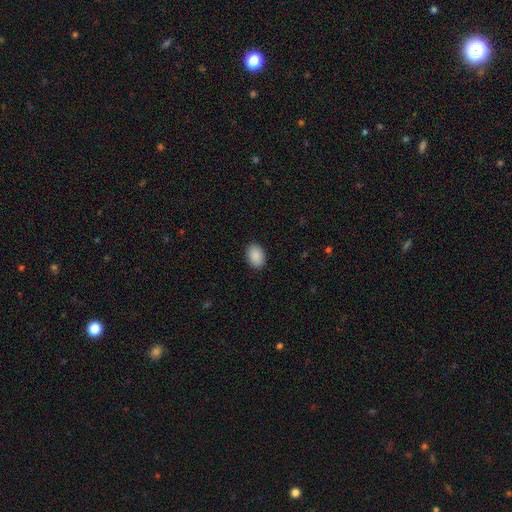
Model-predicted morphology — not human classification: This appears to be a smooth galaxy with no disk features (90%) that is in between round and cigar-shaped (78%). Merging: none (90%).